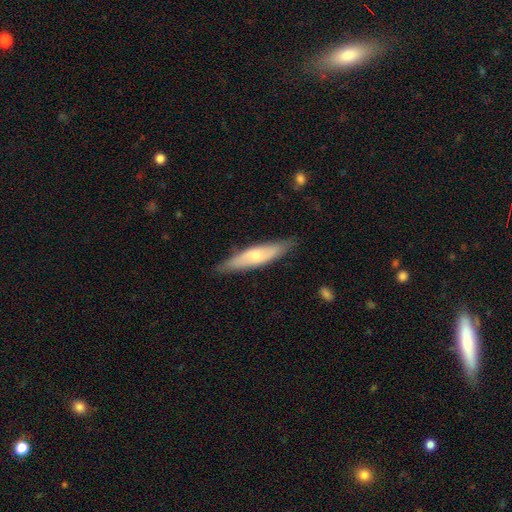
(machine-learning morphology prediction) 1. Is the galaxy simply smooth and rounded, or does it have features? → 54% smooth, 41% featured or disk, 6% star or artifact.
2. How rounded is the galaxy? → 73% cigar-shaped, 26% in between, 2% round.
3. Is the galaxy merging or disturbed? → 82% none, 14% minor disturbance, 3% major disturbance, 1% merger.